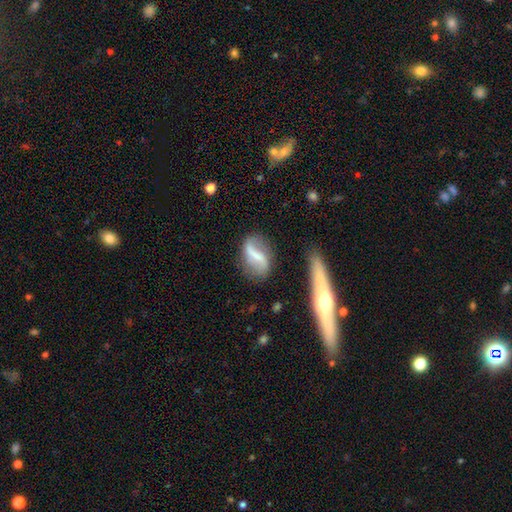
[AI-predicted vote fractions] Smooth or featured? Predicted: featured or disk (p=0.64). Edge-on disk? Predicted: no (p=0.94). Bar? Predicted: strong (p=0.49). Spiral arms? Predicted: yes (p=0.80). Bulge size? Predicted: none (p=0.45). Merging? Predicted: none (p=0.64).